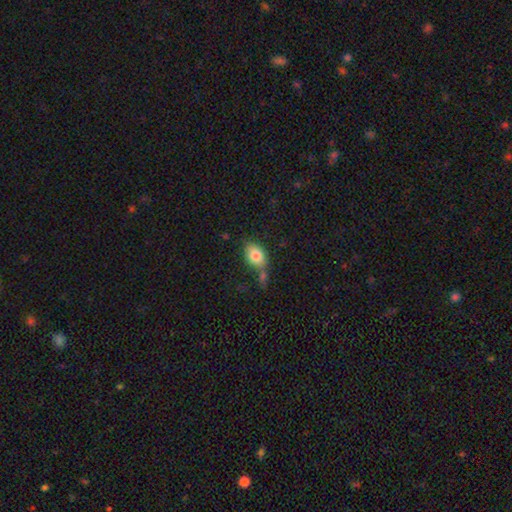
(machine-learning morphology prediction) Overall: smooth (81%). How rounded: in between (81%). Merging: none (53%; minor disturbance 20%).